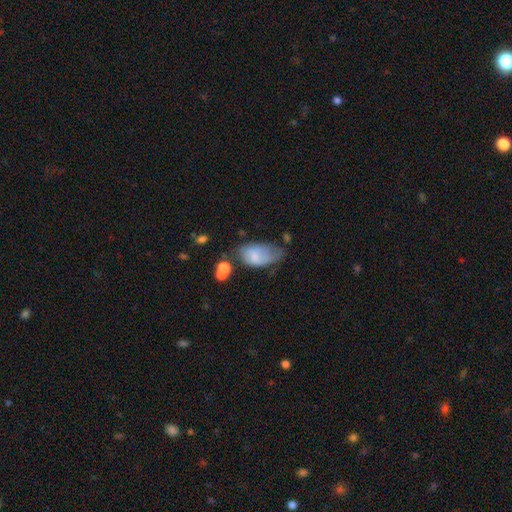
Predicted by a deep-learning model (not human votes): The model was most divided on "merging": minor disturbance: 39%, none: 28%, major disturbance: 26%, merger: 7%. More confident: how rounded — in between (93%); smooth or featured — smooth (69%).